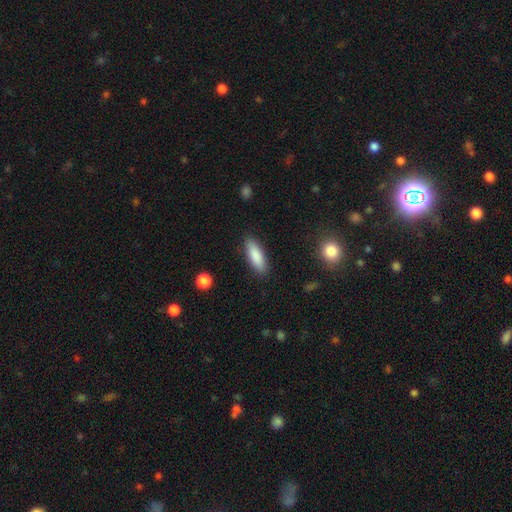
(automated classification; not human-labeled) The model was most divided on "how rounded": in between: 58%, cigar-shaped: 40%, round: 2%. More confident: merging — none (88%); smooth or featured — smooth (86%).